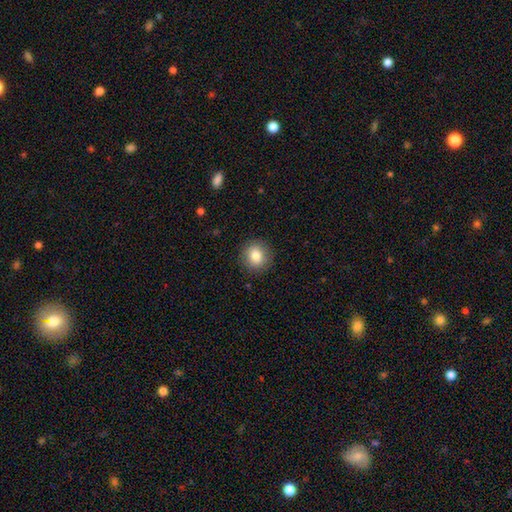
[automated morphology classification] Overall: smooth (84%). How rounded: round (85%). Merging: none (90%).